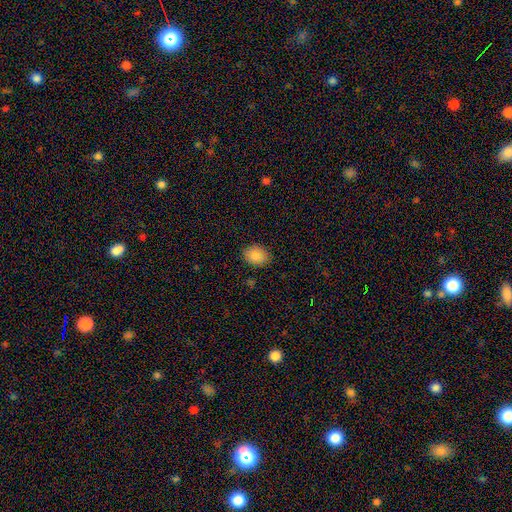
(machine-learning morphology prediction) A smooth galaxy with no disk features (87%) that is in between round and cigar-shaped (66%). Merging: none (87%).